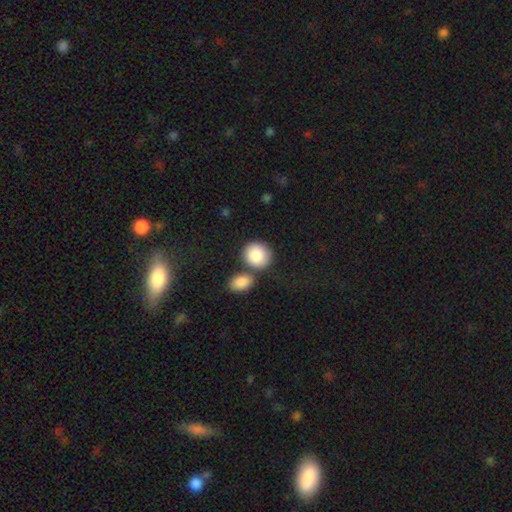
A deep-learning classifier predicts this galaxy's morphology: Smooth or featured? smooth (87%)
How rounded? round (77%)
Merging? none (61%)